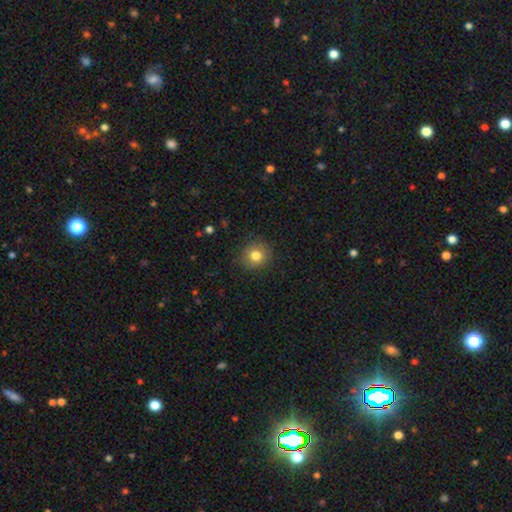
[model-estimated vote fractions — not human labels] Smooth or featured? Predicted: smooth (p=0.81). How rounded? Predicted: round (p=0.89). Merging? Predicted: none (p=0.88).